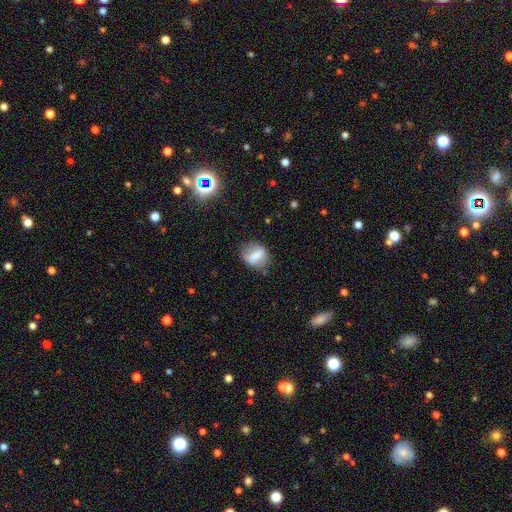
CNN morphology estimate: The model was most divided on "how rounded": in between: 54%, round: 40%, cigar-shaped: 6%. More confident: merging — none (74%); smooth or featured — smooth (62%).